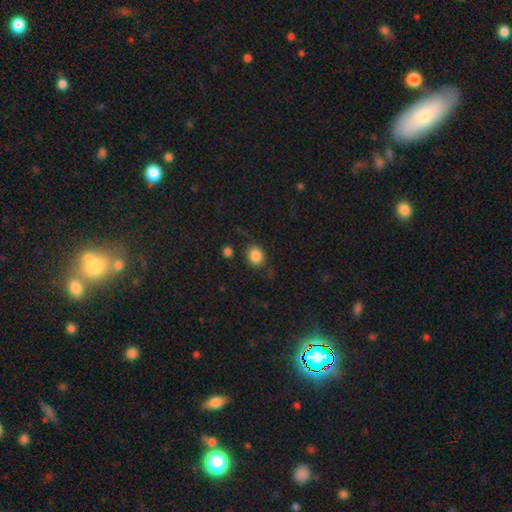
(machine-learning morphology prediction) A smooth galaxy with no disk features (85%) that is round (59%).

Vote fractions:
- Smooth or featured? smooth: 85% / star or artifact: 10% / featured or disk: 5%
- How rounded? round: 59% / in between: 40% / cigar-shaped: 1%
- Merging? none: 76% / minor disturbance: 15% / major disturbance: 5% / merger: 4%